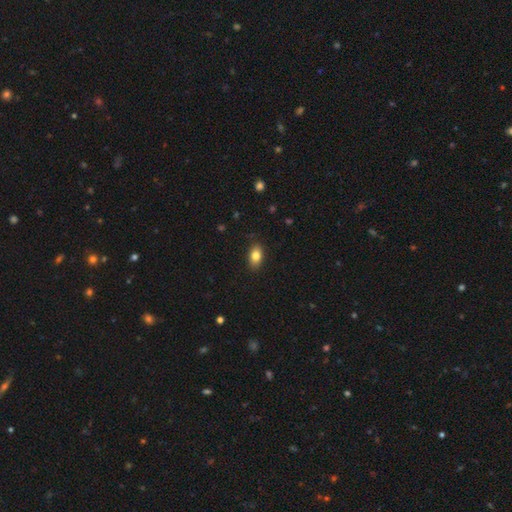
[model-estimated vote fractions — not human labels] A smooth galaxy with no disk features (82%) that is in between round and cigar-shaped (88%). Merging: none (87%).